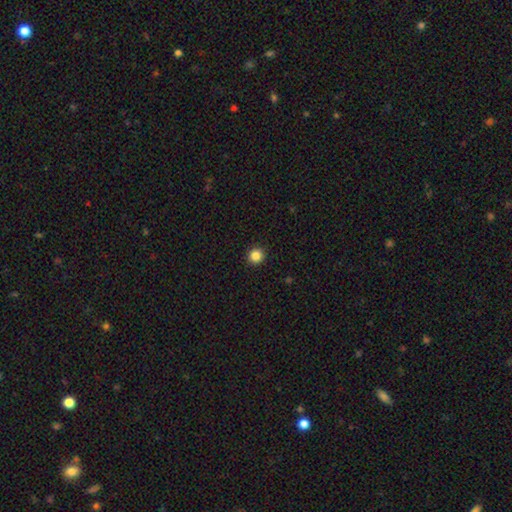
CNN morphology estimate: smooth-or-featured: smooth: 85% | star or artifact: 11% | featured or disk: 4%
  how-rounded: round: 93% | in between: 6% | cigar-shaped: 1%
  merging: none: 93% | minor disturbance: 4% | major disturbance: 2% | merger: 1%